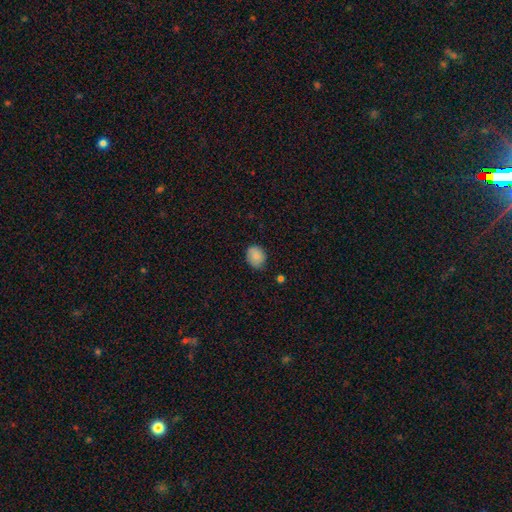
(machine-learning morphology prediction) smooth 84%, star or artifact 8%, featured or disk 8%. Down the decision tree: how rounded — round (60%); merging — none (75%).